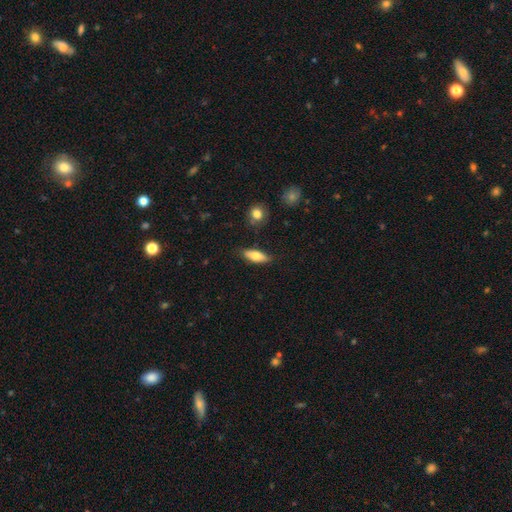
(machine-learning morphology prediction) smooth-or-featured: smooth: 72% | featured or disk: 22% | star or artifact: 6%
  how-rounded: in between: 70% | cigar-shaped: 27% | round: 3%
  merging: none: 82% | minor disturbance: 13% | major disturbance: 3% | merger: 2%